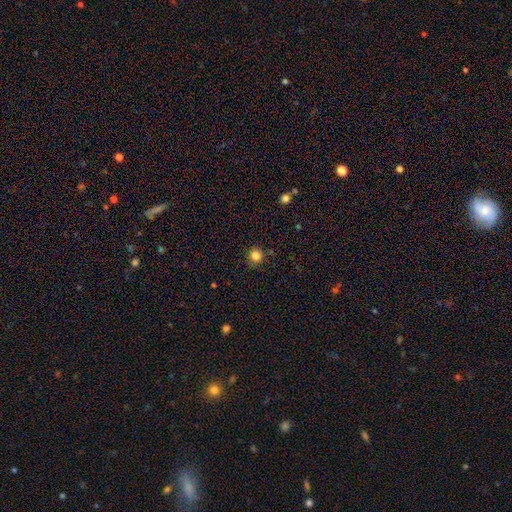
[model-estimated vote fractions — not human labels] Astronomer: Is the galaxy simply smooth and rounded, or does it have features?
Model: smooth — 83%.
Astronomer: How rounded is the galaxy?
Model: round — 94%.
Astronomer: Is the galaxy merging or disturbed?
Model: none — 88%.